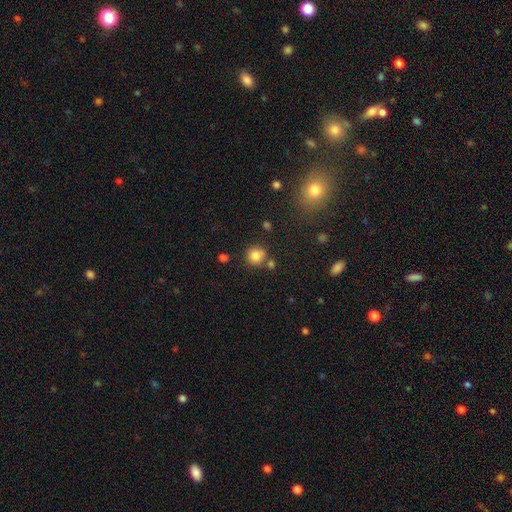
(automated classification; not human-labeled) Smooth or featured? Predicted: smooth (p=0.83). How rounded? Predicted: round (p=0.87). Merging? Predicted: none (p=0.71).